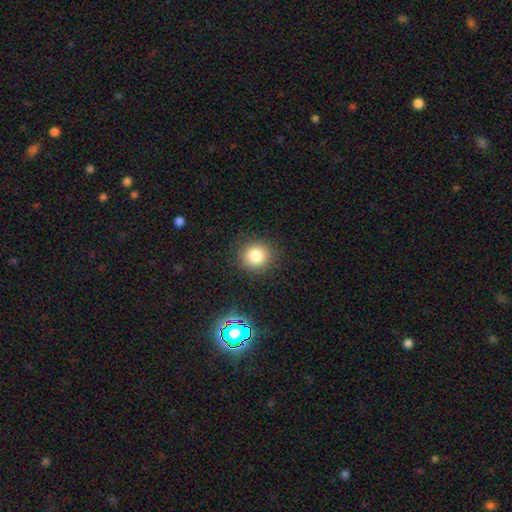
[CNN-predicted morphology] Smooth or featured? Predicted: smooth (p=0.81). How rounded? Predicted: round (p=0.90). Merging? Predicted: none (p=0.89).